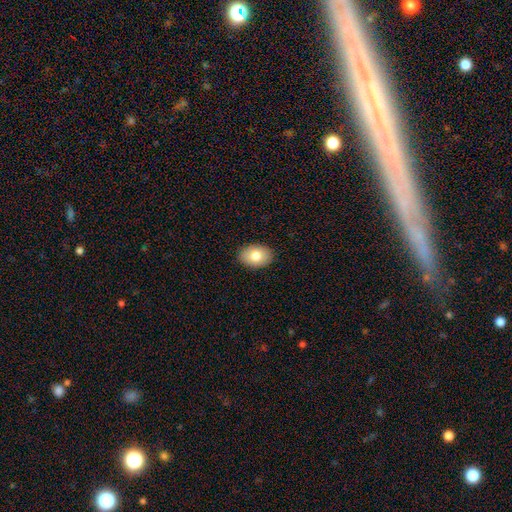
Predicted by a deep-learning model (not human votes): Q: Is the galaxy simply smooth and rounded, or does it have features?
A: smooth — 80%.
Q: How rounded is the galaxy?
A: in between — 83%.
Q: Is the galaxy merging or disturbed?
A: none — 89%.